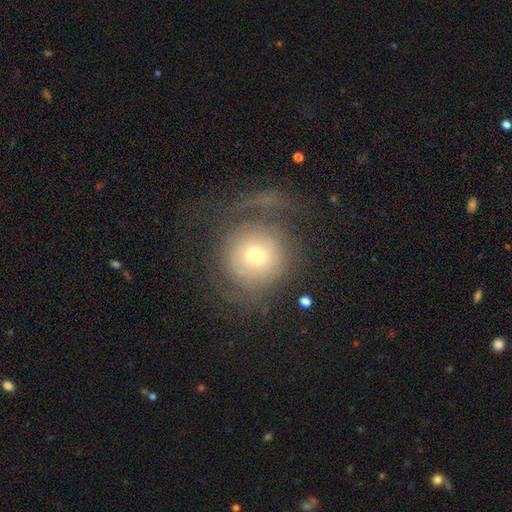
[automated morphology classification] Q: Smooth or featured?
A: smooth (47%); runner-up: featured or disk (41%)
Q: Merging?
A: none (48%); runner-up: major disturbance (33%)